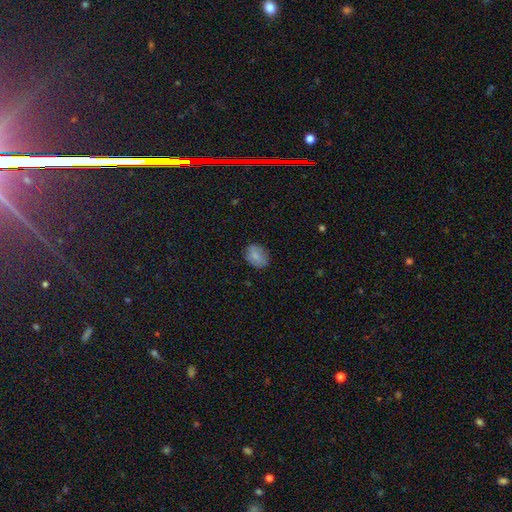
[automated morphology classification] This appears to be a smooth galaxy with no disk features (80%) that is in between round and cigar-shaped (73%). Merging: none (80%).